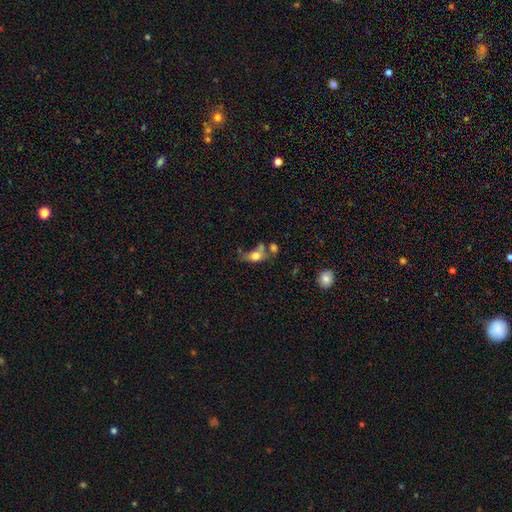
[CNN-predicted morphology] This appears to be a smooth galaxy with no disk features (69%) that is in between round and cigar-shaped (74%). Merging: merger (34%).